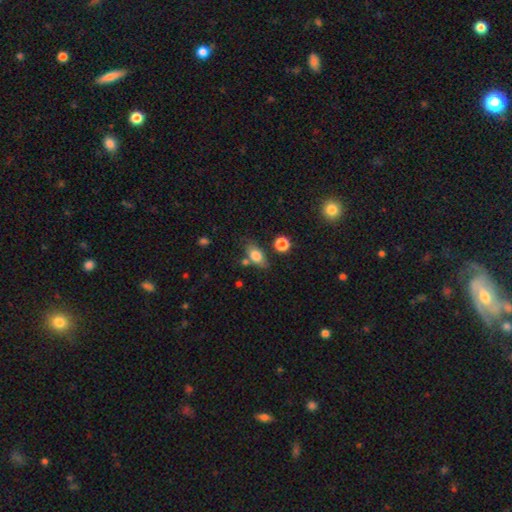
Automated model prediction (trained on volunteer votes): Smooth or featured? Predicted: smooth (p=0.77). How rounded? Predicted: in between (p=0.80). Merging? Predicted: none (p=0.66).